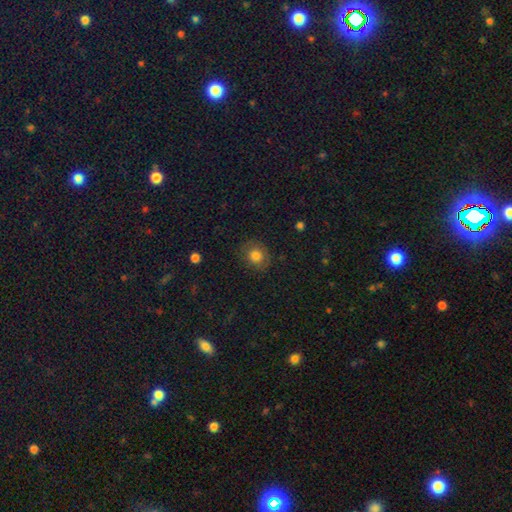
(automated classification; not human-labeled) Overall: smooth (77%). How rounded: round (77%). Merging: none (80%).